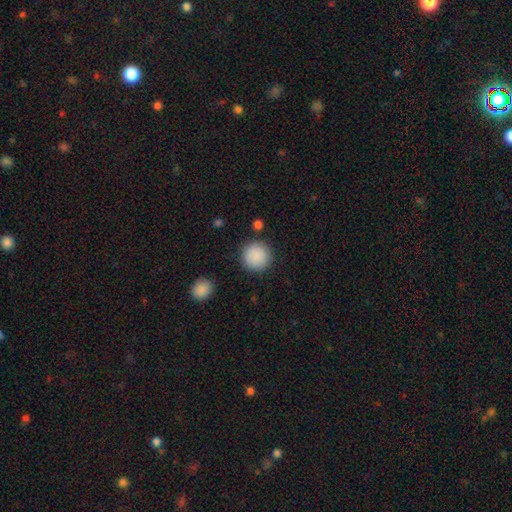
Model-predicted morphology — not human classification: Smooth or featured? smooth (89%)
How rounded? round (95%)
Merging? none (89%)